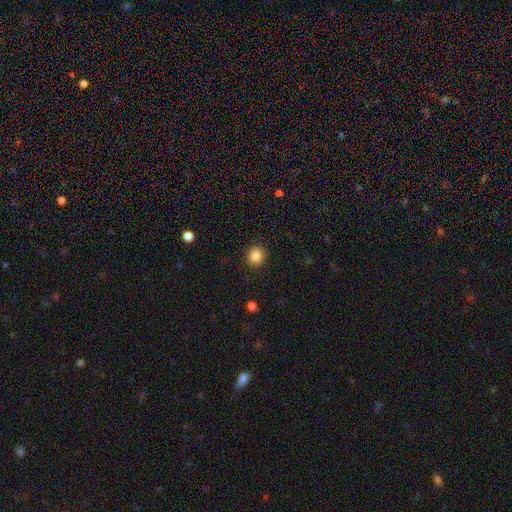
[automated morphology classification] Q: Smooth or featured?
A: smooth (86%); runner-up: star or artifact (10%)
Q: How rounded?
A: round (88%); runner-up: in between (12%)
Q: Merging?
A: none (91%); runner-up: minor disturbance (6%)